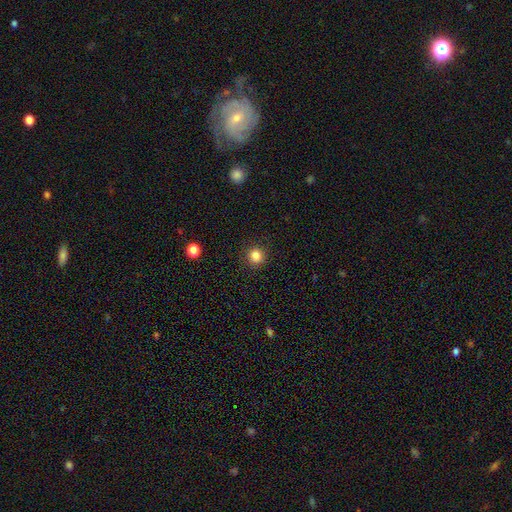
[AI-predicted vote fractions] smooth-or-featured: smooth: 84% | star or artifact: 12% | featured or disk: 4%
  how-rounded: round: 90% | in between: 9% | cigar-shaped: 1%
  merging: none: 91% | minor disturbance: 6% | major disturbance: 2% | merger: 1%